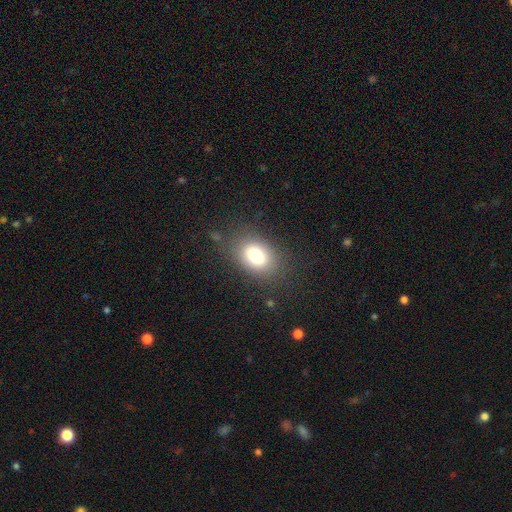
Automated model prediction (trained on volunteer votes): Smooth or featured? smooth (77%)
How rounded? in between (72%)
Merging? none (80%)